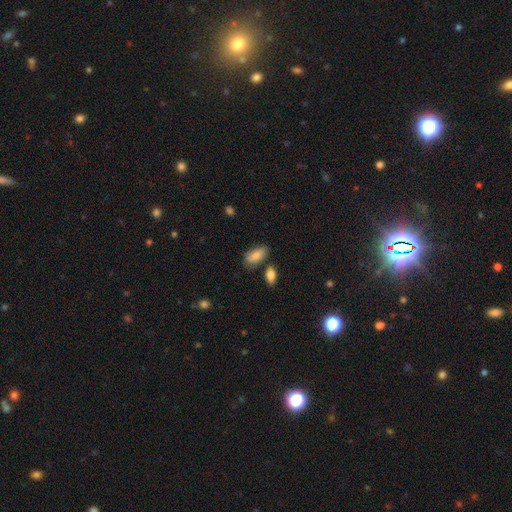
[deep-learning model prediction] Smooth or featured? Predicted: smooth (p=0.78). How rounded? Predicted: in between (p=0.91). Merging? Predicted: none (p=0.66).